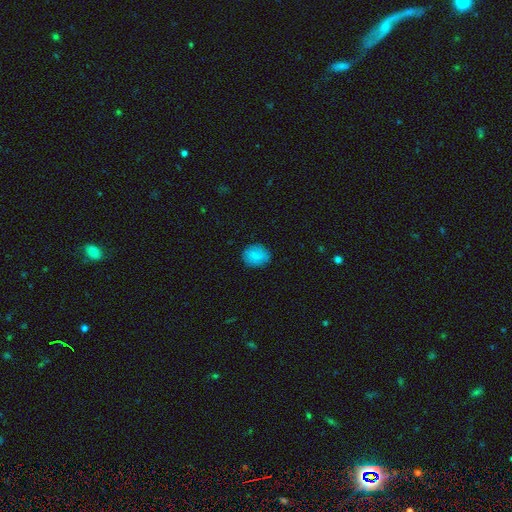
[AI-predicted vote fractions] Q: Smooth or featured?
A: smooth (80%); runner-up: featured or disk (12%)
Q: How rounded?
A: round (65%); runner-up: in between (34%)
Q: Merging?
A: none (84%); runner-up: minor disturbance (12%)